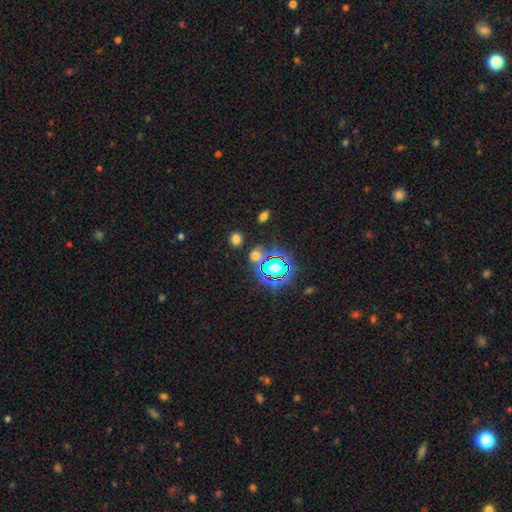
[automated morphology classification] Q: Smooth or featured?
A: smooth (48%); runner-up: star or artifact (44%)
Q: Merging?
A: none (76%); runner-up: minor disturbance (10%)